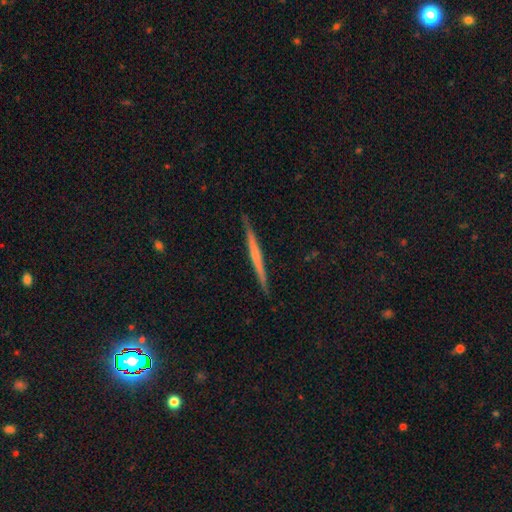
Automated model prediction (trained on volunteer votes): Smooth or featured?
  - featured or disk: 60% *
  - smooth: 34%
  - star or artifact: 6%
Edge-on disk?
  - yes: 98% *
  - no: 2%
Edge-on bulge?
  - none: 68% *
  - rounded: 24%
  - boxy: 7%
Merging?
  - none: 90% *
  - minor disturbance: 7%
  - major disturbance: 1%
  - merger: 1%